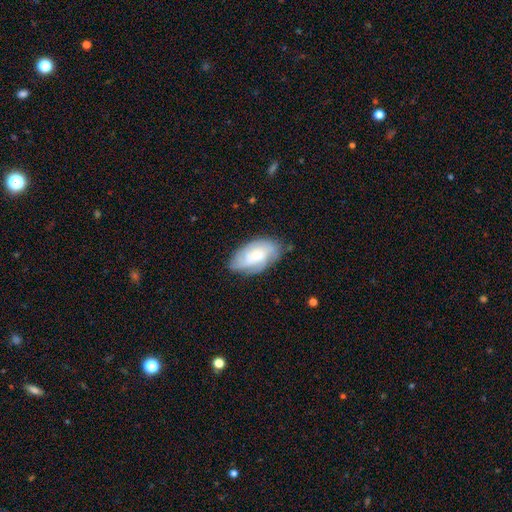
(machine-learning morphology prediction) featured or disk 55%, smooth 39%, star or artifact 7%. Down the decision tree: edge-on disk — no (94%); bar — no (71%); spiral arms — yes (86%); bulge size — small (42%); merging — none (72%).